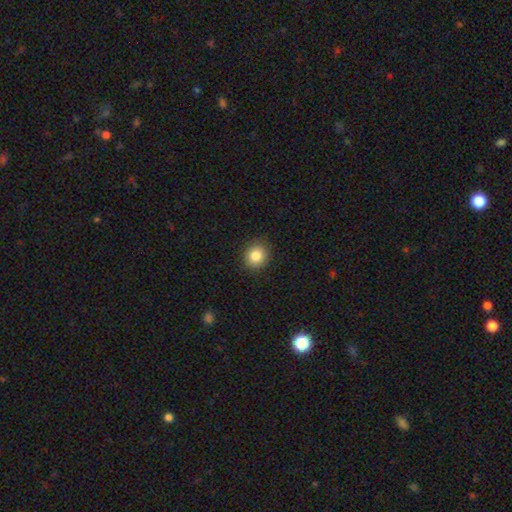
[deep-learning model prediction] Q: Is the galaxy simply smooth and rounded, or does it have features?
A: smooth — 84%.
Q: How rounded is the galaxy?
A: round — 84%.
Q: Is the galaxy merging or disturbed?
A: none — 90%.